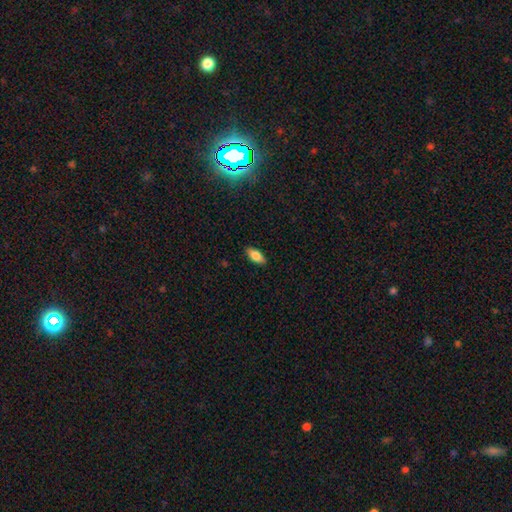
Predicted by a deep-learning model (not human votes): This appears to be a smooth galaxy with no disk features (80%) that is in between round and cigar-shaped (86%). Merging: none (89%).